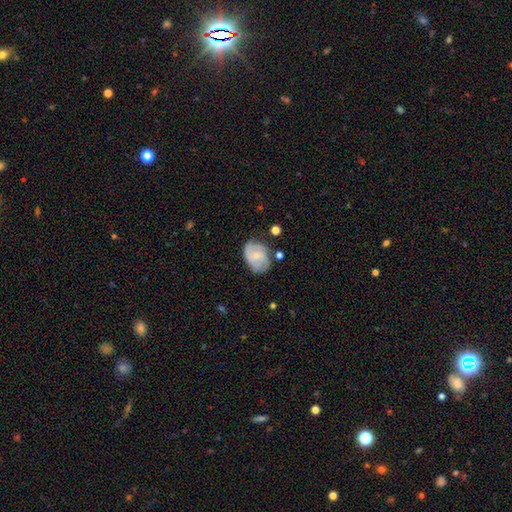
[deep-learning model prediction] Smooth or featured? Predicted: featured or disk (p=0.47). Merging? Predicted: none (p=0.62).